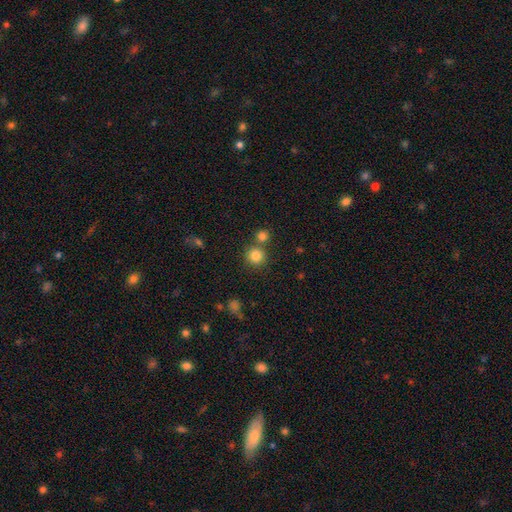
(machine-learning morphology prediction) A smooth galaxy with no disk features (82%) that is round (93%).

Vote fractions:
- Smooth or featured? smooth: 82% / star or artifact: 12% / featured or disk: 5%
- How rounded? round: 93% / in between: 6% / cigar-shaped: 1%
- Merging? none: 72% / merger: 18% / minor disturbance: 7% / major disturbance: 3%